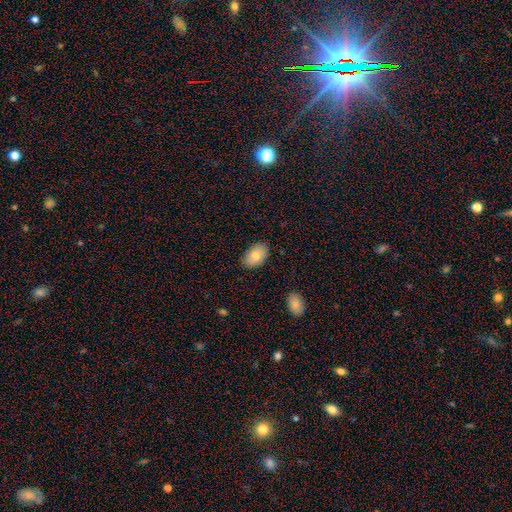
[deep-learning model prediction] A smooth galaxy with no disk features (79%) that is in between round and cigar-shaped (91%).

Vote fractions:
- Smooth or featured? smooth: 79% / featured or disk: 14% / star or artifact: 7%
- How rounded? in between: 91% / round: 8% / cigar-shaped: 1%
- Merging? none: 84% / minor disturbance: 12% / major disturbance: 2% / merger: 1%